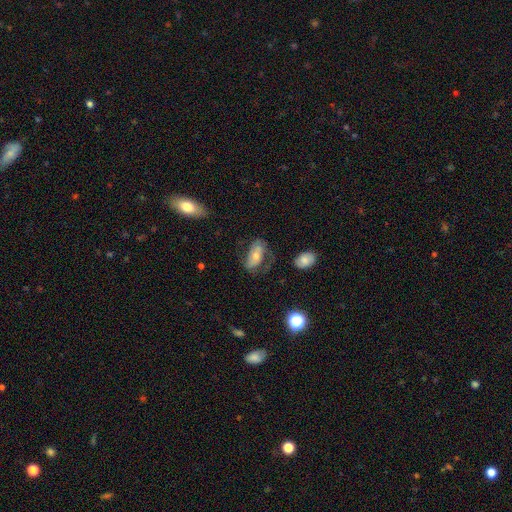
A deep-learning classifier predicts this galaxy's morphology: smooth_or_featured: featured or disk (p=0.52) [alt: smooth p=0.39]
disk_edge_on: no (p=0.91) [alt: yes p=0.09]
merging: none (p=0.50) [alt: minor disturbance p=0.24]